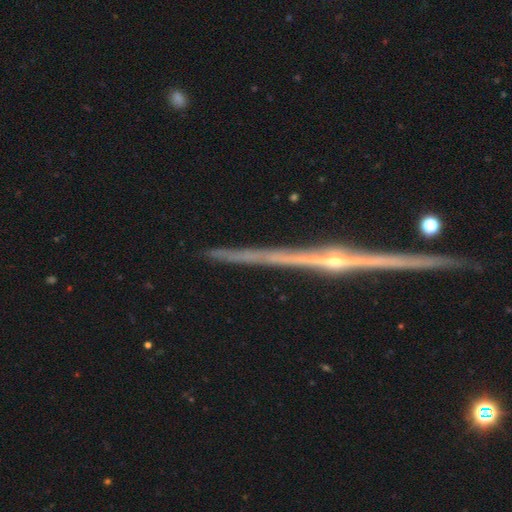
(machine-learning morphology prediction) Q: Smooth or featured?
A: featured or disk (87%); runner-up: star or artifact (7%)
Q: Edge-on disk?
A: yes (98%); runner-up: no (2%)
Q: Edge-on bulge?
A: rounded (82%); runner-up: none (13%)
Q: Merging?
A: none (90%); runner-up: minor disturbance (7%)